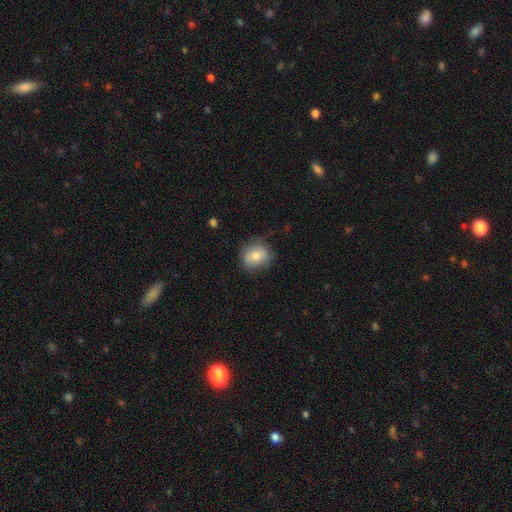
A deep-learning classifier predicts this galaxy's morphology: smooth-or-featured: smooth: 74% | featured or disk: 18% | star or artifact: 8%
  how-rounded: round: 75% | in between: 24% | cigar-shaped: 1%
  merging: none: 77% | minor disturbance: 18% | major disturbance: 4% | merger: 1%